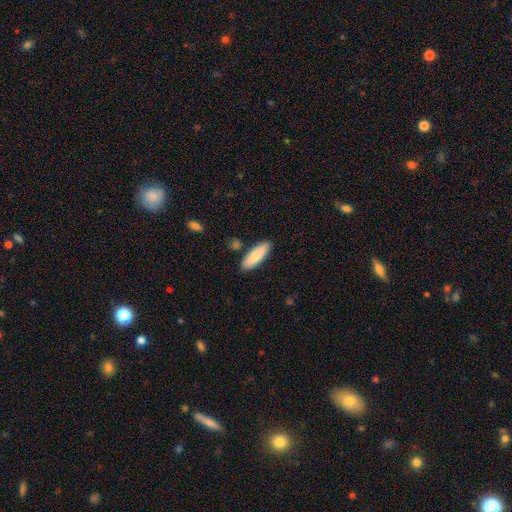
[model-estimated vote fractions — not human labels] A smooth galaxy with no disk features (83%) that is in between round and cigar-shaped (54%). Merging: none (86%).